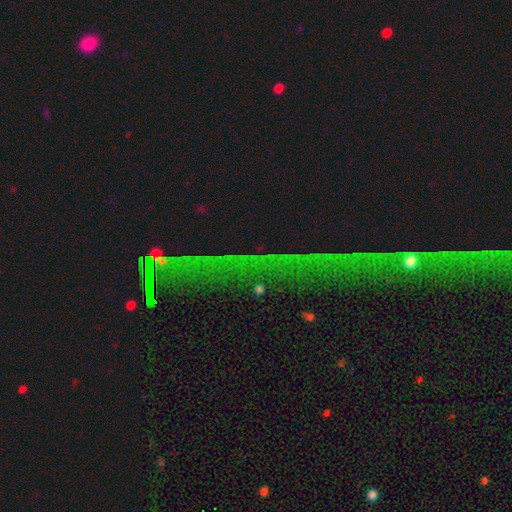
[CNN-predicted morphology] star or artifact 83%, featured or disk 10%, smooth 7%.